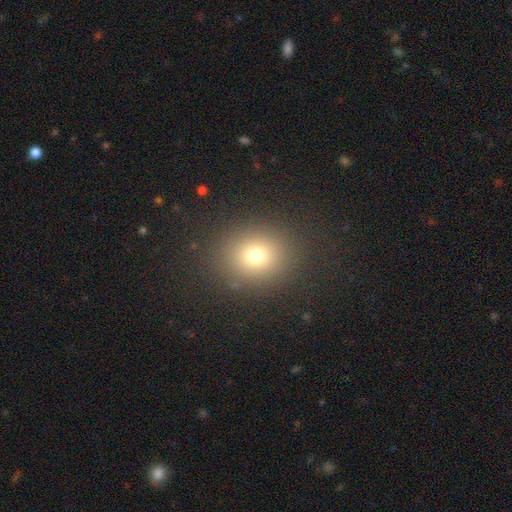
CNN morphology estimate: Overall: smooth (72%). How rounded: round (75%). Merging: none (87%).